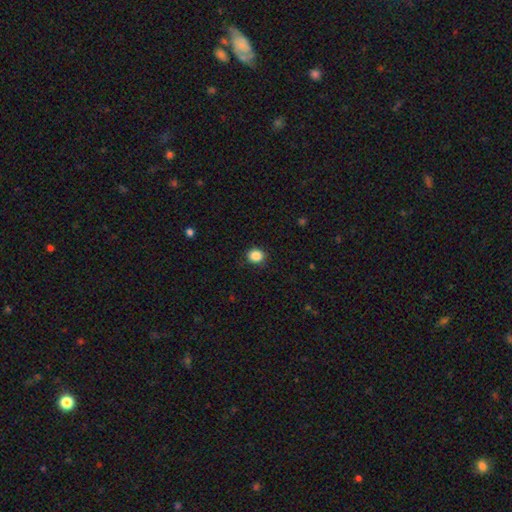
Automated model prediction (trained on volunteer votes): smooth-or-featured: smooth: 87% | star or artifact: 10% | featured or disk: 3%
  how-rounded: round: 76% | in between: 23% | cigar-shaped: 1%
  merging: none: 87% | minor disturbance: 10% | major disturbance: 3% | merger: 1%